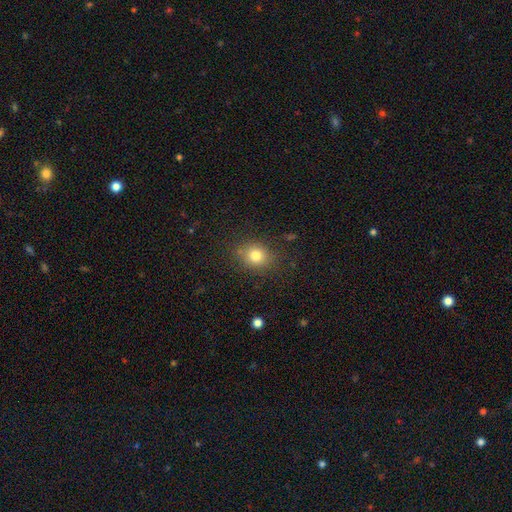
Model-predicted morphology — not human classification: A smooth galaxy with no disk features (80%) that is round (70%).

Vote fractions:
- Smooth or featured? smooth: 80% / star or artifact: 12% / featured or disk: 8%
- How rounded? round: 70% / in between: 29% / cigar-shaped: 1%
- Merging? none: 82% / minor disturbance: 12% / major disturbance: 4% / merger: 2%